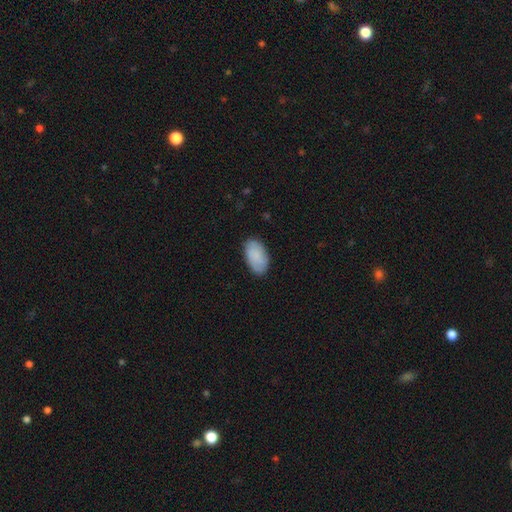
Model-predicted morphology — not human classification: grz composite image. It shows a smooth galaxy with no disk features (86%) that is in between round and cigar-shaped (95%). Merging: none (84%).